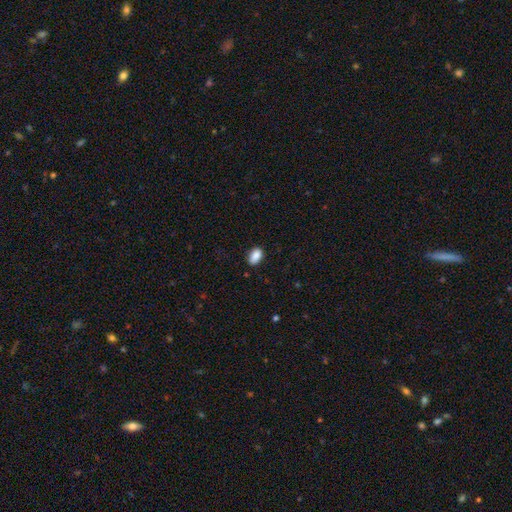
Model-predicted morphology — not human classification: Smooth or featured? Predicted: smooth (p=0.89). How rounded? Predicted: in between (p=0.89). Merging? Predicted: none (p=0.82).